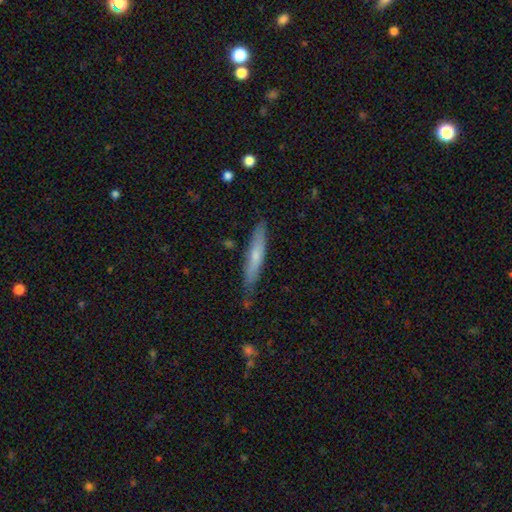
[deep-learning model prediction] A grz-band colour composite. It shows a smooth galaxy with no disk features (57%) that is cigar-shaped (91%). Merging: none (79%).